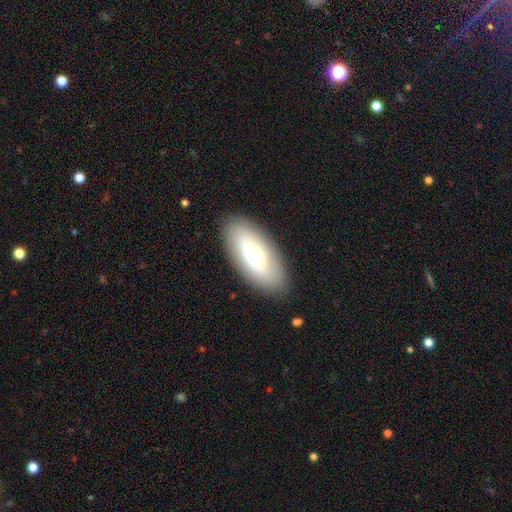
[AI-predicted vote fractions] Overall: smooth (66%; featured or disk 27%). How rounded: in between (86%). Merging: none (87%).